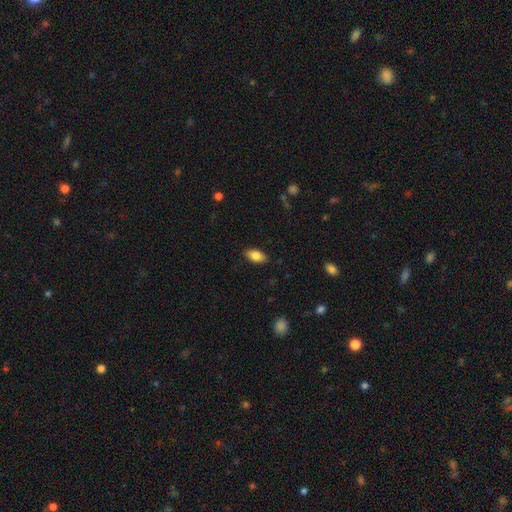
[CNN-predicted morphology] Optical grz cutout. It shows a smooth galaxy with no disk features (83%) that is in between round and cigar-shaped (91%). Merging: none (88%).